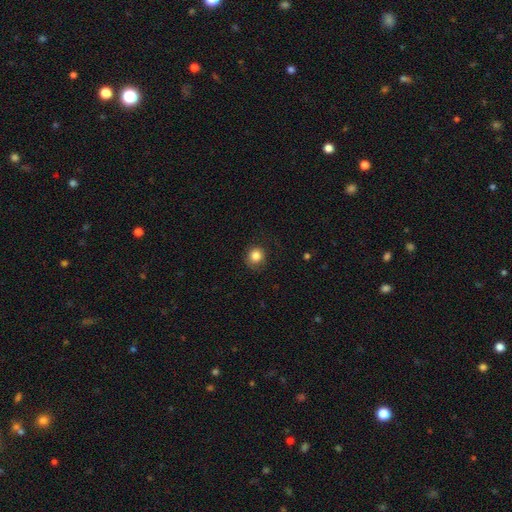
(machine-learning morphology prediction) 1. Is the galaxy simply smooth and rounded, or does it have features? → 84% smooth, 10% star or artifact, 5% featured or disk.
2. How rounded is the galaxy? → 89% round, 10% in between, 1% cigar-shaped.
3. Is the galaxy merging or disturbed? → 83% none, 12% minor disturbance, 4% major disturbance, 1% merger.